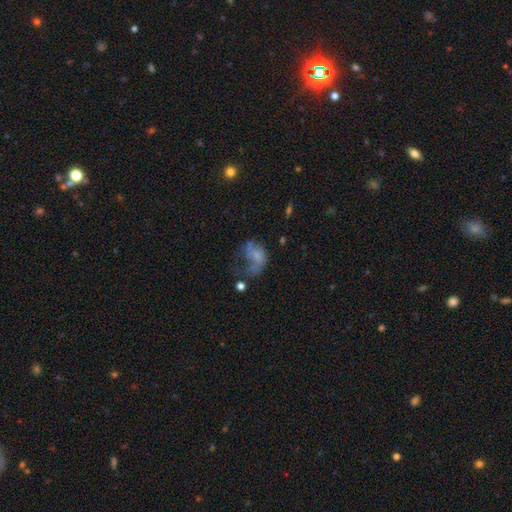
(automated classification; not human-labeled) Overall: smooth (50%; featured or disk 37%). Merging: major disturbance (52%; none 18%).